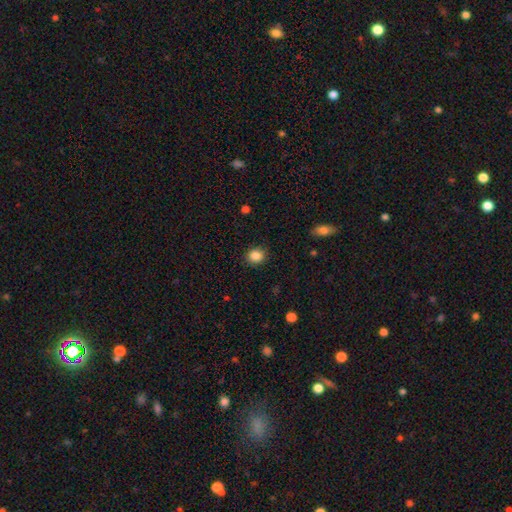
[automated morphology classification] Smooth or featured? Predicted: smooth (p=0.86). How rounded? Predicted: round (p=0.74). Merging? Predicted: none (p=0.89).